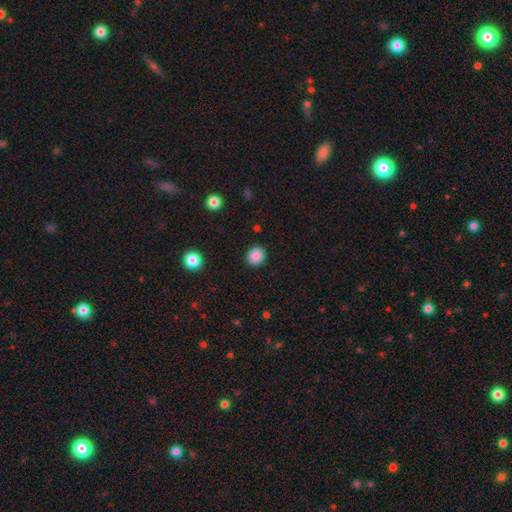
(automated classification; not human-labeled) Smooth or featured? Predicted: smooth (p=0.88). How rounded? Predicted: round (p=0.83). Merging? Predicted: none (p=0.90).